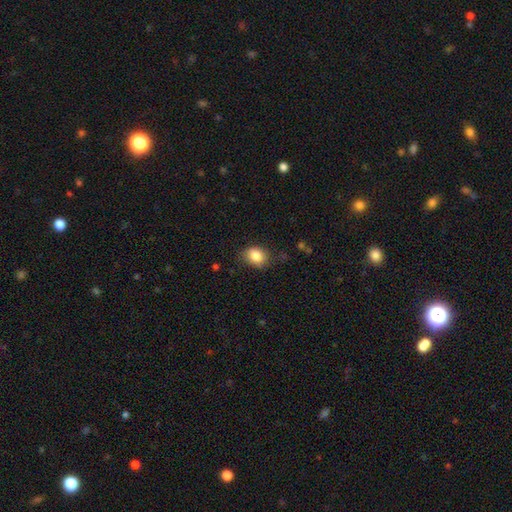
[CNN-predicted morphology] This is clearly a smooth galaxy (85%). How rounded: possibly in between (53%). Merging: likely none (76%).